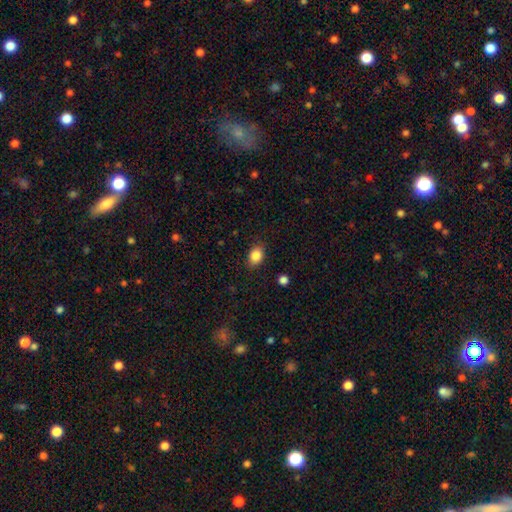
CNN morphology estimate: The model was most divided on "how rounded": in between: 72%, round: 27%, cigar-shaped: 1%. More confident: smooth or featured — smooth (85%); merging — none (84%).